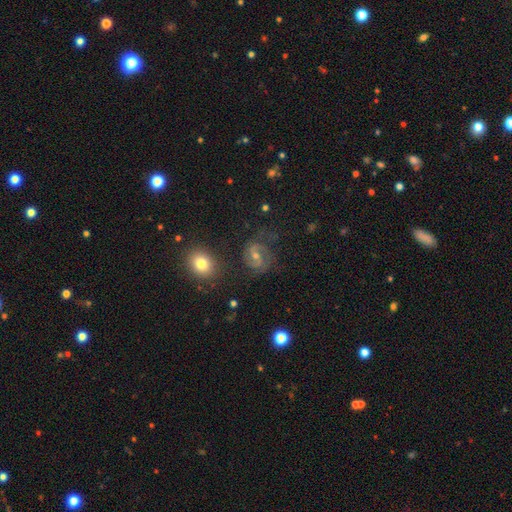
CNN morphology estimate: Smooth or featured: featured or disk — 76% (smooth — 13%)
Edge-on disk: no — 97% (yes — 3%)
Bar: weak — 51% (no — 29%)
Spiral arms: yes — 93% (no — 7%)
Spiral winding: medium — 53% (tight — 29%)
Spiral arm count: 2 — 84% (can't tell — 7%)
Bulge size: small — 48% (moderate — 47%)
Merging: none — 70% (minor disturbance — 17%)